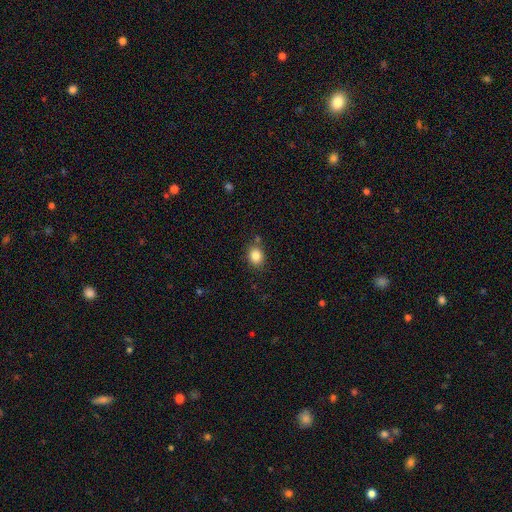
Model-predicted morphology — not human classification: The model was most divided on "how rounded": round: 56%, in between: 43%, cigar-shaped: 1%. More confident: smooth or featured — smooth (84%); merging — none (80%).